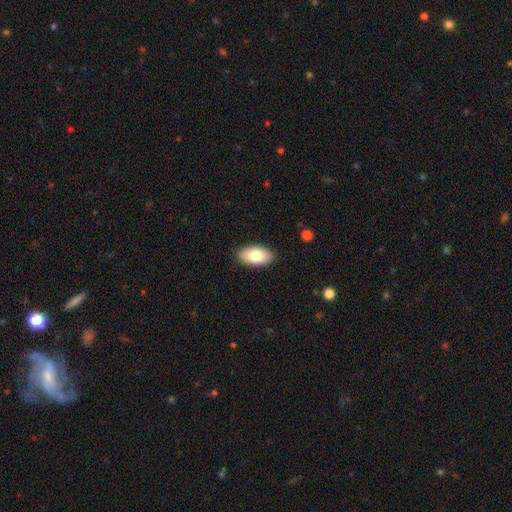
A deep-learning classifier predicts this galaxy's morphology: A smooth galaxy with no disk features (78%) that is in between round and cigar-shaped (94%). Merging: none (88%).